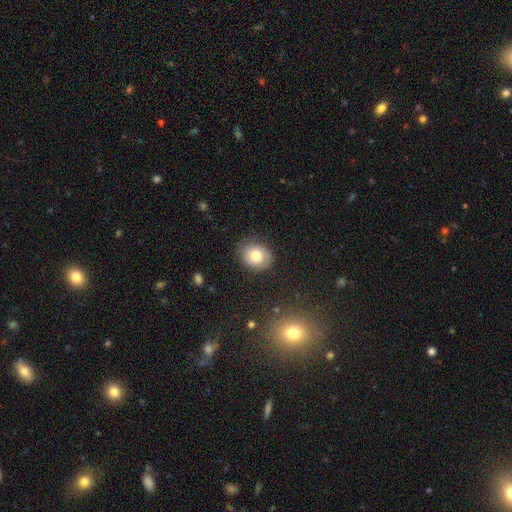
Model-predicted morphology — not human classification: Q: Smooth or featured?
A: smooth (78%); runner-up: featured or disk (13%)
Q: How rounded?
A: round (61%); runner-up: in between (38%)
Q: Merging?
A: none (79%); runner-up: minor disturbance (16%)